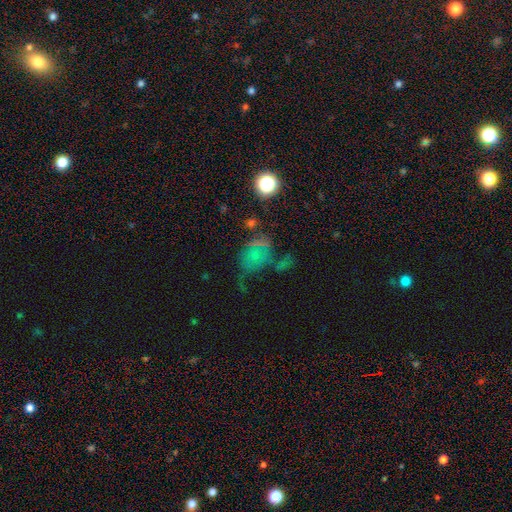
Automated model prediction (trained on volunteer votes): A smooth galaxy with no disk features (43%).

Vote fractions:
- Smooth or featured? smooth: 43% / star or artifact: 29% / featured or disk: 28%
- Merging? none: 37% / major disturbance: 26% / minor disturbance: 20% / merger: 17%